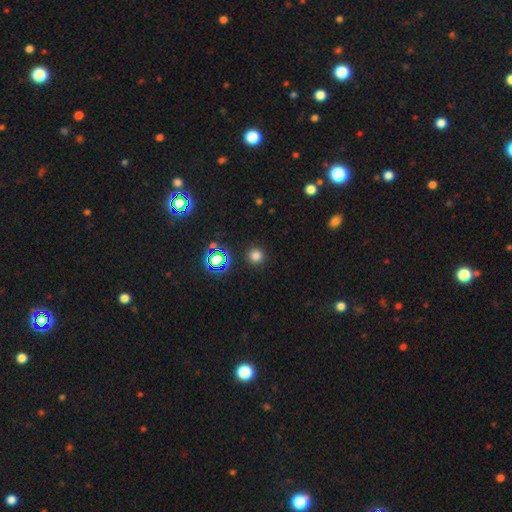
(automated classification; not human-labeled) smooth_or_featured: smooth (p=0.75) [alt: star or artifact p=0.20]
how_rounded: round (p=0.94) [alt: in between p=0.05]
merging: none (p=0.91) [alt: minor disturbance p=0.05]